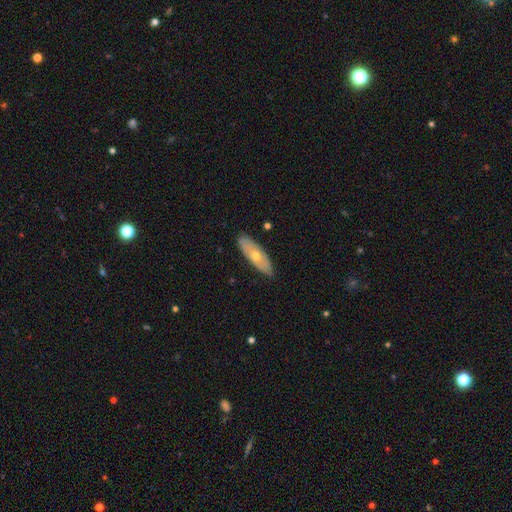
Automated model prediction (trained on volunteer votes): Overall: featured or disk (47%, tied with smooth). Merging: none (86%).